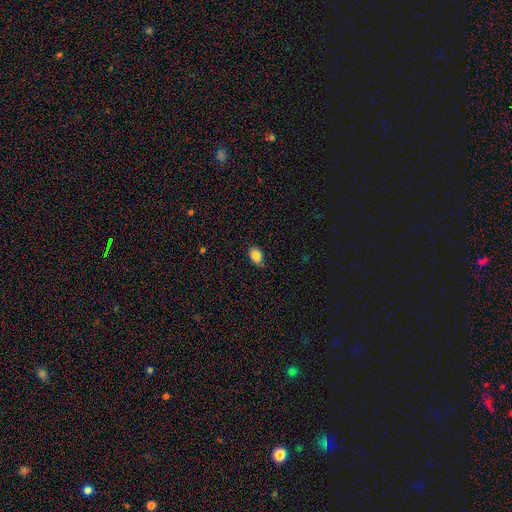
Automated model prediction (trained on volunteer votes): A smooth galaxy with no disk features (85%) that is in between round and cigar-shaped (67%). Merging: none (74%).